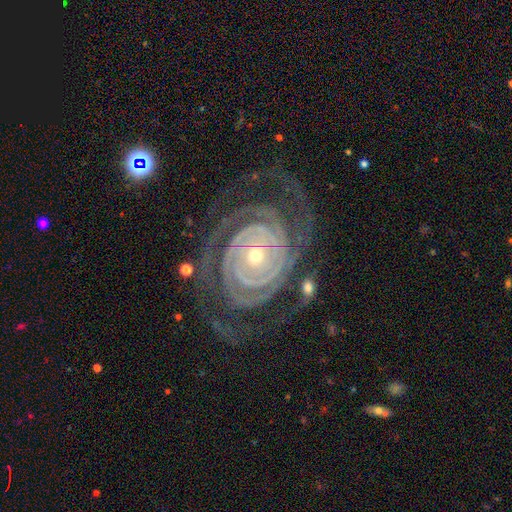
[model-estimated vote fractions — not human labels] Overall: featured or disk (93%). Edge-on disk: no (97%). Bar: no (72%). Spiral arms: yes (99%). Spiral arm count: 2 (40%; 3 20%). Spiral winding: tight (85%). Bulge size: small (65%; moderate 31%). Merging: none (70%).